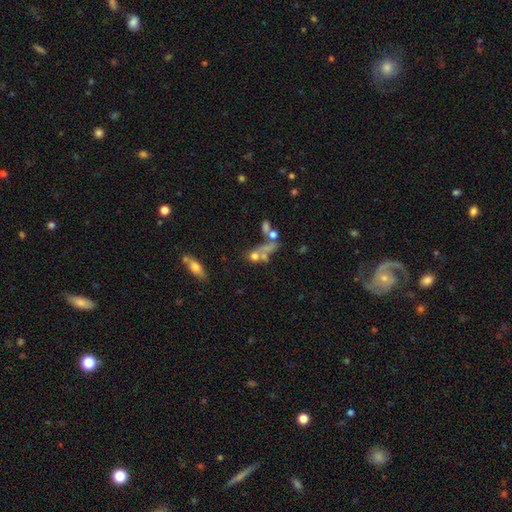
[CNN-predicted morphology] A smooth galaxy with no disk features (48%). Merging: merger (47%).